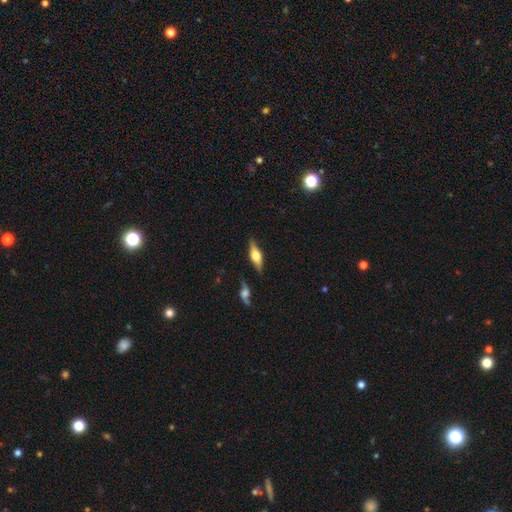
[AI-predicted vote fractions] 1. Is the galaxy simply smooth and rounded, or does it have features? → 60% featured or disk, 33% smooth, 7% star or artifact.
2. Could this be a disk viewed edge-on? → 93% yes, 7% no.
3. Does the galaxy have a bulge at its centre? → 92% rounded, 6% boxy, 2% none.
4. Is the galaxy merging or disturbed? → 83% none, 11% minor disturbance, 3% merger, 3% major disturbance.